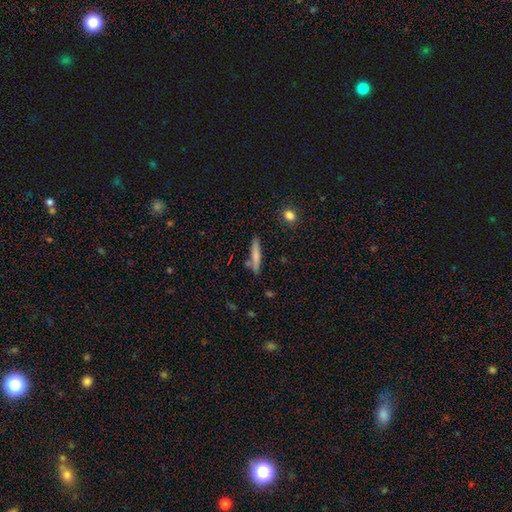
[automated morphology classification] A smooth galaxy with no disk features (73%) that is cigar-shaped (89%).

Vote fractions:
- Smooth or featured? smooth: 73% / featured or disk: 20% / star or artifact: 7%
- How rounded? cigar-shaped: 89% / in between: 9% / round: 2%
- Merging? none: 78% / minor disturbance: 13% / merger: 6% / major disturbance: 3%